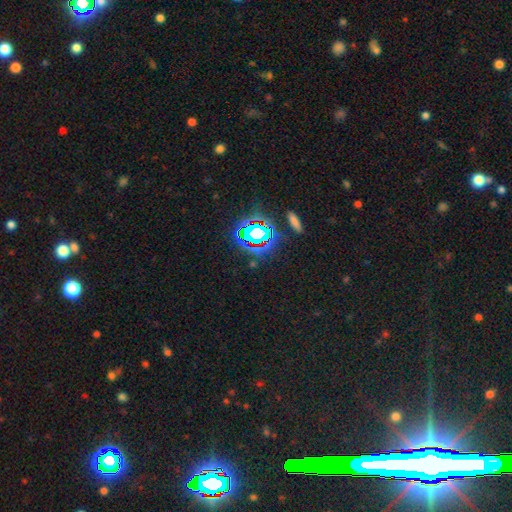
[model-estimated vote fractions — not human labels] Smooth or featured? star or artifact (80%)